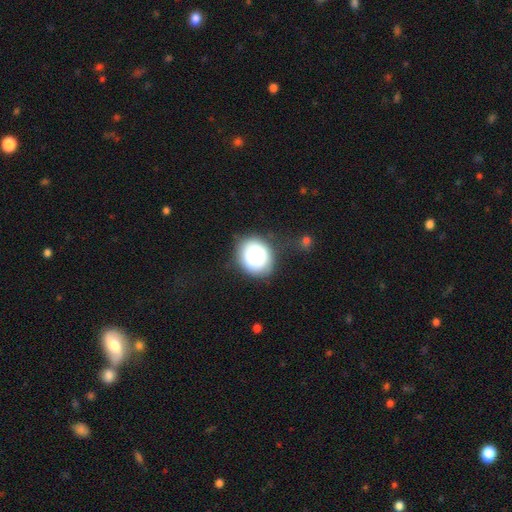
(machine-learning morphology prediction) smooth_or_featured: smooth (p=0.77) [alt: featured or disk p=0.15]
how_rounded: round (p=0.69) [alt: in between p=0.30]
merging: none (p=0.70) [alt: minor disturbance p=0.19]